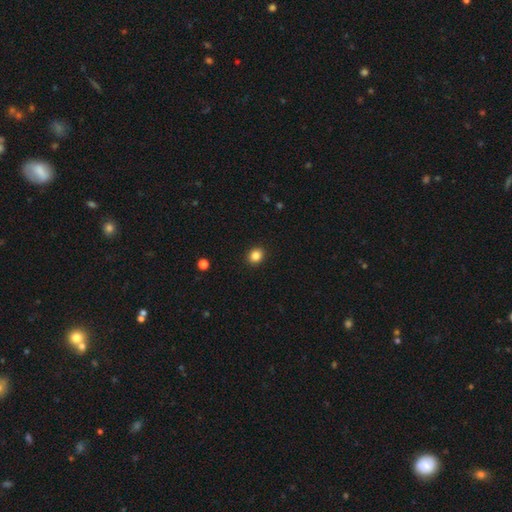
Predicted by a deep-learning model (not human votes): Overall: smooth (85%). How rounded: round (74%). Merging: none (92%).